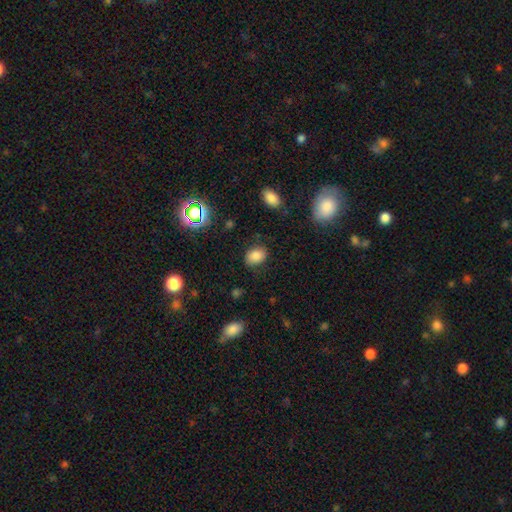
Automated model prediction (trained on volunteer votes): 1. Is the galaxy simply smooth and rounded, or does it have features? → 82% smooth, 11% star or artifact, 6% featured or disk.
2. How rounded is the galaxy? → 73% in between, 26% round, 1% cigar-shaped.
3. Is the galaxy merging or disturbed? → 81% none, 13% minor disturbance, 4% major disturbance, 2% merger.